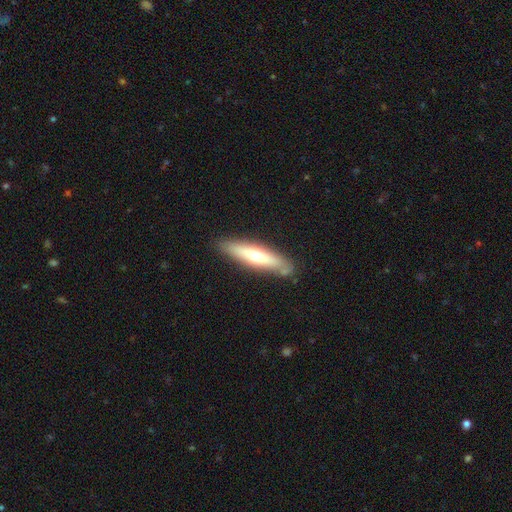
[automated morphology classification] Smooth or featured? smooth (50%)
How rounded? cigar-shaped (77%)
Merging? none (83%)